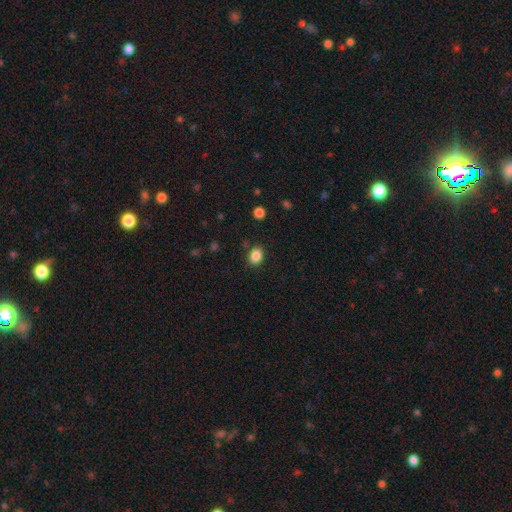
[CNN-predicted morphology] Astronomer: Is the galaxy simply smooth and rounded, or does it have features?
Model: smooth — 86%.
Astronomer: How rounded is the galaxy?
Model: in between — 61% (runner-up: round, 38%).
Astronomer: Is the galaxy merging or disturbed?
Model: none — 85%.